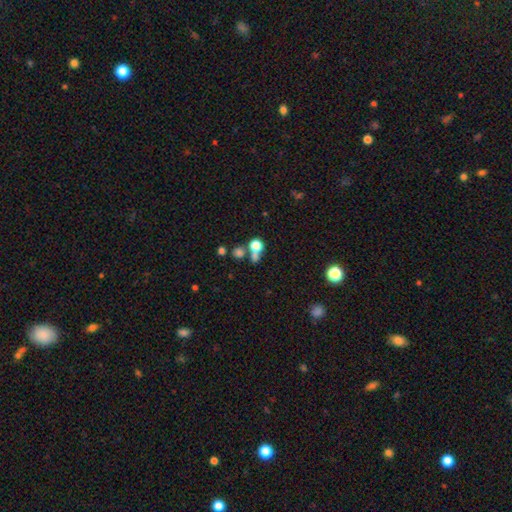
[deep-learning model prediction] Morphology: type=star or artifact (44%).